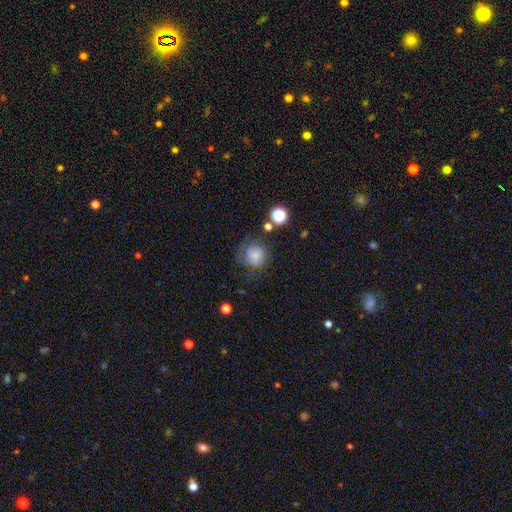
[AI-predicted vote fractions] A smooth galaxy with no disk features (71%) that is round (88%).

Vote fractions:
- Smooth or featured? smooth: 71% / featured or disk: 17% / star or artifact: 12%
- How rounded? round: 88% / in between: 11% / cigar-shaped: 1%
- Merging? none: 58% / minor disturbance: 23% / major disturbance: 15% / merger: 4%